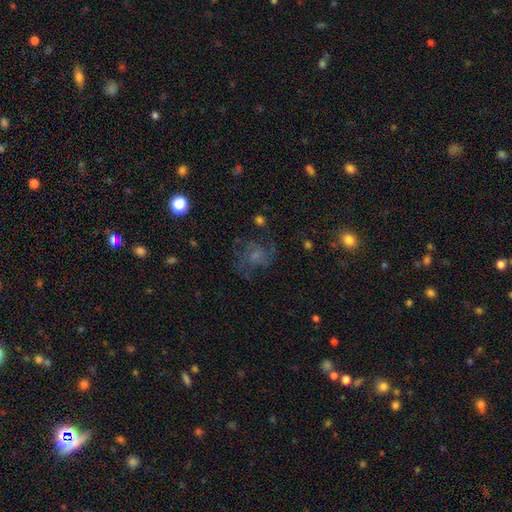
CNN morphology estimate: Smooth or featured?
  - featured or disk: 54% *
  - smooth: 28%
  - star or artifact: 18%
Edge-on disk?
  - no: 97% *
  - yes: 3%
Bar?
  - no: 73% *
  - weak: 24%
  - strong: 4%
Spiral arms?
  - yes: 78% *
  - no: 22%
Bulge size?
  - small: 36% *
  - none: 30%
  - moderate: 27%
  - large: 6%
  - dominant: 2%
Merging?
  - none: 61% *
  - major disturbance: 19%
  - minor disturbance: 18%
  - merger: 2%